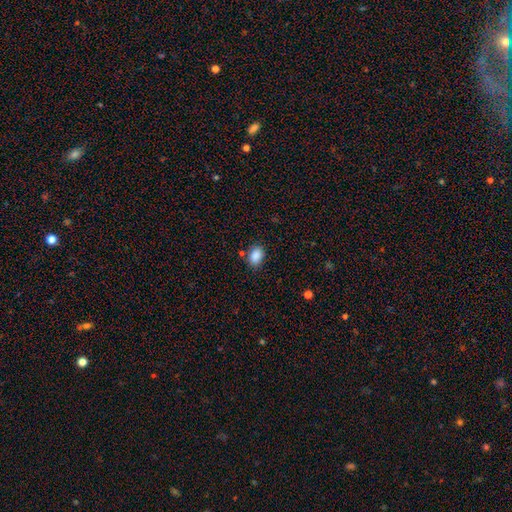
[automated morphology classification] This appears to be a smooth galaxy with no disk features (88%) that is in between round and cigar-shaped (74%). Merging: none (79%).